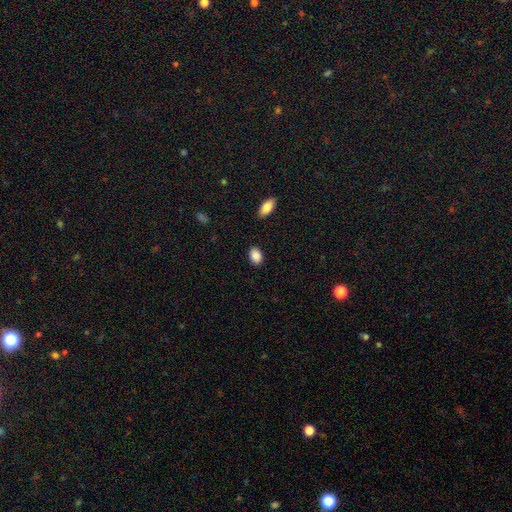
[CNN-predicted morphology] smooth_or_featured: smooth (p=0.89) [alt: star or artifact p=0.07]
how_rounded: in between (p=0.85) [alt: round p=0.13]
merging: none (p=0.87) [alt: minor disturbance p=0.09]